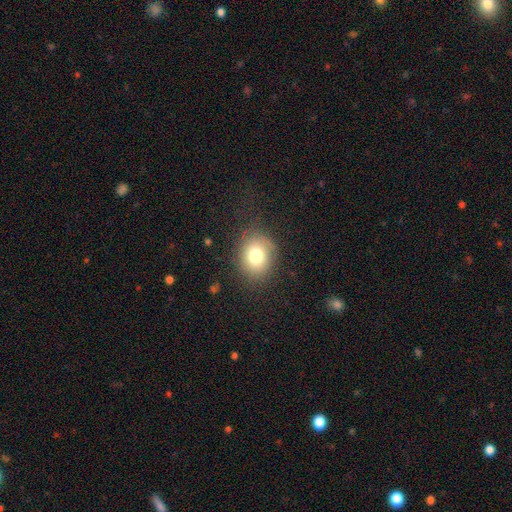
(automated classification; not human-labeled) Smooth or featured? smooth (76%)
How rounded? round (57%)
Merging? none (78%)